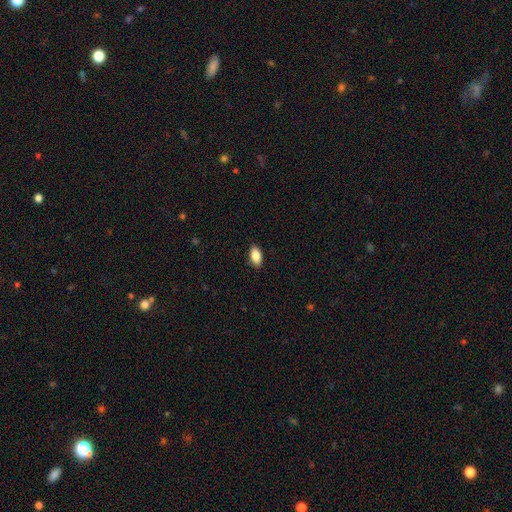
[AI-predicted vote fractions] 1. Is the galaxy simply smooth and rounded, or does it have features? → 85% smooth, 7% featured or disk, 7% star or artifact.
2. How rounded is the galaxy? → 91% in between, 4% cigar-shaped, 4% round.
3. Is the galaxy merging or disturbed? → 89% none, 9% minor disturbance, 2% major disturbance, 1% merger.